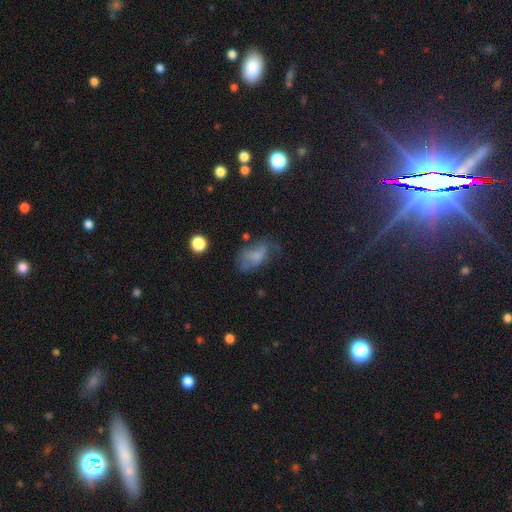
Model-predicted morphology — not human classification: A smooth galaxy with no disk features (58%) that is in between round and cigar-shaped (87%).

Vote fractions:
- Smooth or featured? smooth: 58% / featured or disk: 27% / star or artifact: 15%
- How rounded? in between: 87% / round: 9% / cigar-shaped: 4%
- Merging? none: 39% / minor disturbance: 30% / major disturbance: 26% / merger: 5%